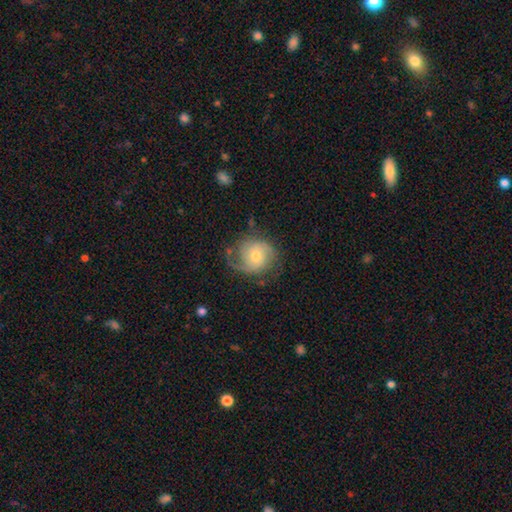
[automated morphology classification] Q: Smooth or featured?
A: featured or disk (71%); runner-up: smooth (22%)
Q: Edge-on disk?
A: no (98%); runner-up: yes (2%)
Q: Bar?
A: no (73%); runner-up: weak (23%)
Q: Spiral arms?
A: yes (91%); runner-up: no (9%)
Q: Spiral winding?
A: medium (40%); runner-up: tight (37%)
Q: Spiral arm count?
A: 2 (57%); runner-up: 1 (17%)
Q: Bulge size?
A: moderate (49%); runner-up: small (45%)
Q: Merging?
A: none (59%); runner-up: minor disturbance (22%)